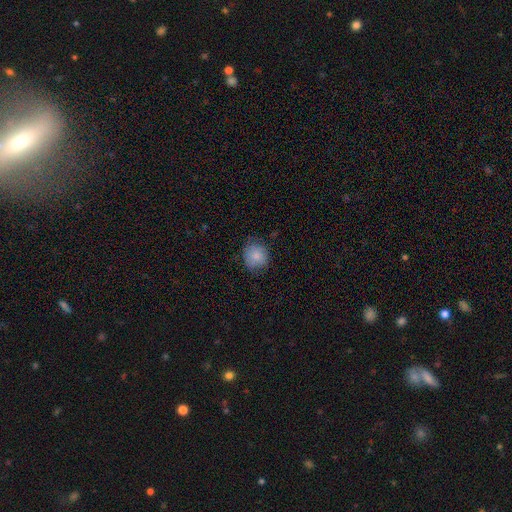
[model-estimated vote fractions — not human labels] Smooth or featured?
  - smooth: 85% *
  - star or artifact: 8%
  - featured or disk: 7%
How rounded?
  - round: 80% *
  - in between: 19%
  - cigar-shaped: 1%
Merging?
  - none: 75% *
  - minor disturbance: 19%
  - major disturbance: 4%
  - merger: 1%